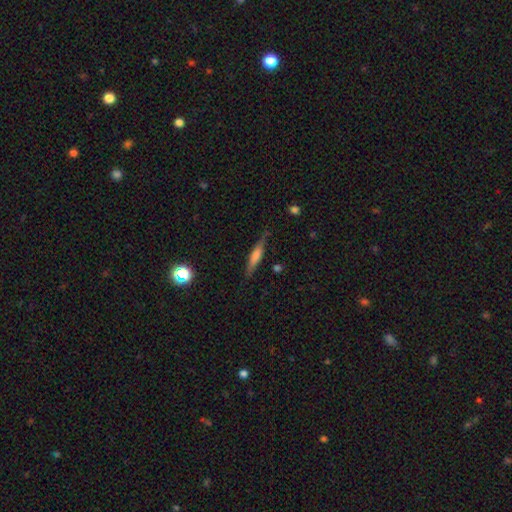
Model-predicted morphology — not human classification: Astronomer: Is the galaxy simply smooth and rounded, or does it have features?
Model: featured or disk — 50% (runner-up: smooth, 41%).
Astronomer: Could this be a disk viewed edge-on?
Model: yes — 95%.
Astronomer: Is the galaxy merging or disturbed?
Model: none — 83%.